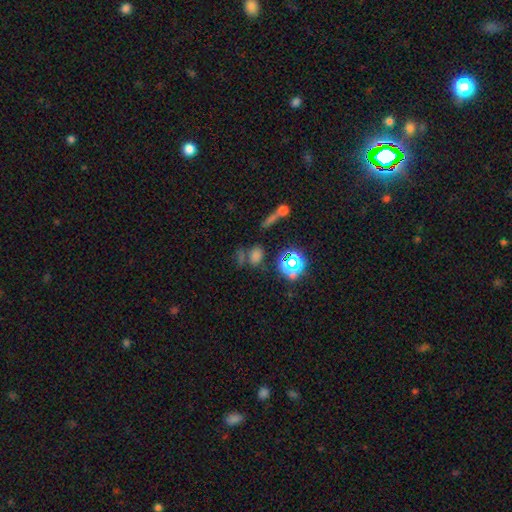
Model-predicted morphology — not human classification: A smooth galaxy with no disk features (58%) that is in between round and cigar-shaped (57%). Merging: none (58%).